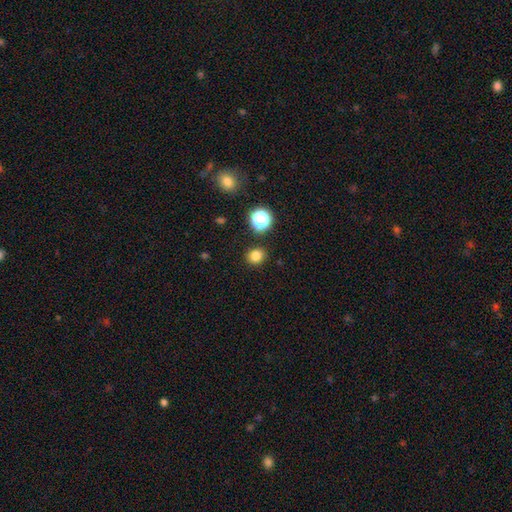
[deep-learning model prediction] Morphology: type=smooth (80%); roundness=round (78%); merging=none (88%).